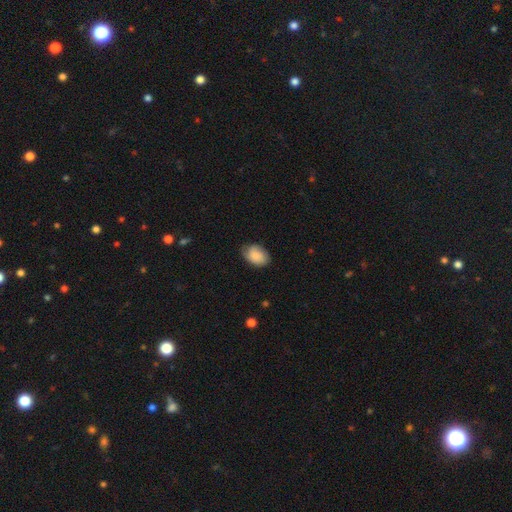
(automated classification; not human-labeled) Smooth or featured? smooth (77%)
How rounded? in between (79%)
Merging? none (71%)